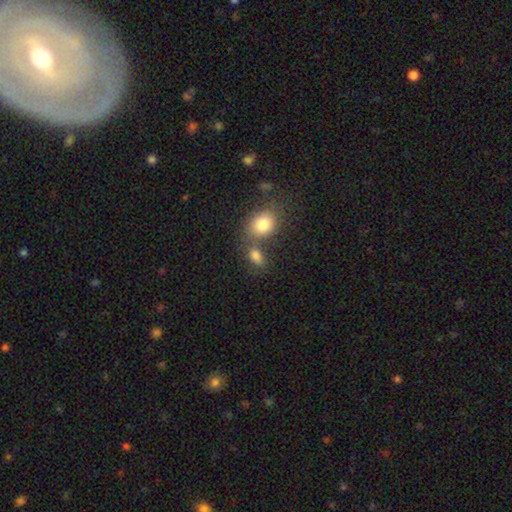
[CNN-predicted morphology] smooth-or-featured: smooth: 79% | star or artifact: 12% | featured or disk: 9%
  how-rounded: in between: 77% | round: 18% | cigar-shaped: 5%
  merging: none: 48% | merger: 33% | minor disturbance: 12% | major disturbance: 6%